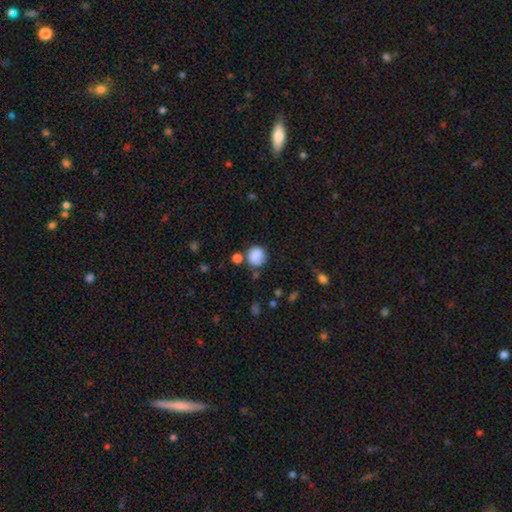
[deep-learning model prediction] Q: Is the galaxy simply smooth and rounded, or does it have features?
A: smooth — 81%.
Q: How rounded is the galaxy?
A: round — 82%.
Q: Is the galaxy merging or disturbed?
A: none — 61%.